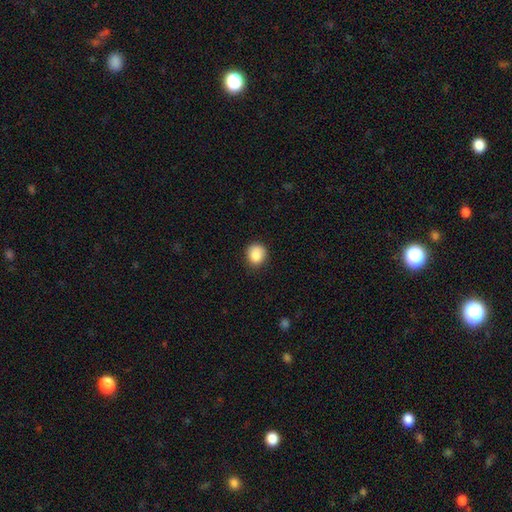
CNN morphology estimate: This is clearly a smooth galaxy (86%). How rounded: clearly round (81%). Merging: clearly none (83%).